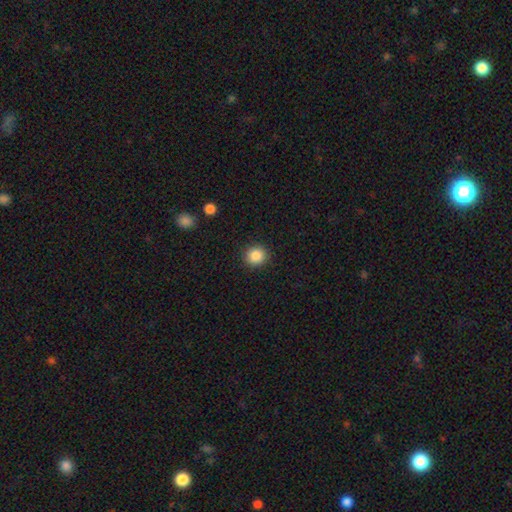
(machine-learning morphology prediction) smooth-or-featured: smooth: 87% | star or artifact: 9% | featured or disk: 4%
  how-rounded: round: 88% | in between: 11% | cigar-shaped: 1%
  merging: none: 91% | minor disturbance: 6% | major disturbance: 2% | merger: 1%